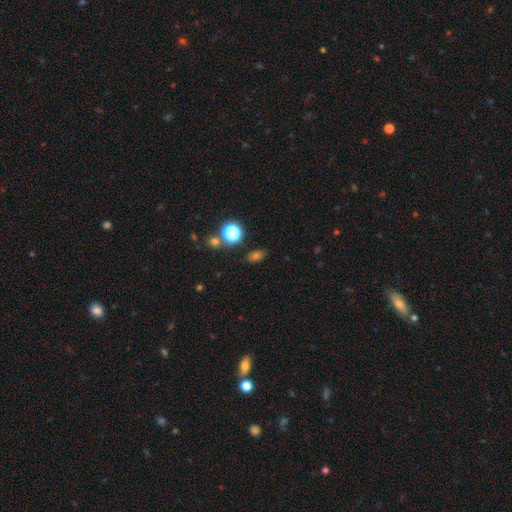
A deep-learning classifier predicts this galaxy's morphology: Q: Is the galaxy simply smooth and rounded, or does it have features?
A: smooth — 58%.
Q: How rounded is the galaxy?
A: in between — 63%.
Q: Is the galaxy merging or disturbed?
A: none — 83%.